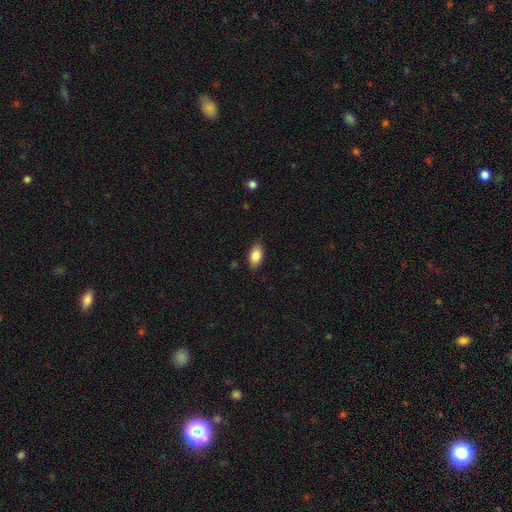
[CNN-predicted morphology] Smooth or featured?
  - smooth: 87% *
  - star or artifact: 7%
  - featured or disk: 6%
How rounded?
  - in between: 92% *
  - round: 5%
  - cigar-shaped: 3%
Merging?
  - none: 83% *
  - minor disturbance: 13%
  - major disturbance: 3%
  - merger: 1%